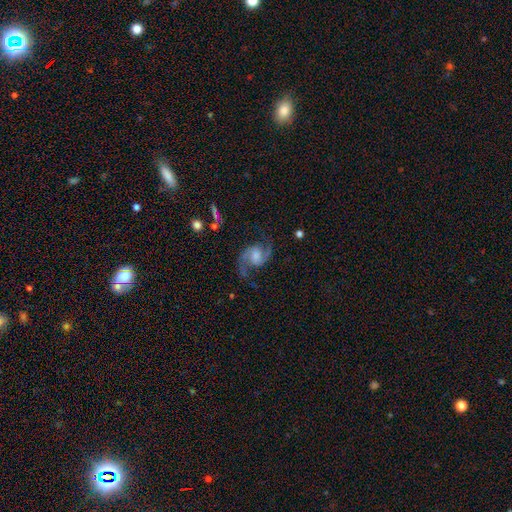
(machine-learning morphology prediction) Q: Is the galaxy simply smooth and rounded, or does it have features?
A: featured or disk — 90%.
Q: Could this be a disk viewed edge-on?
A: no — 98%.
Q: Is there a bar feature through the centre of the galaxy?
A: no — 51%.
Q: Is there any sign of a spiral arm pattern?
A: yes — 98%.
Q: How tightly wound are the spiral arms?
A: loose — 47%.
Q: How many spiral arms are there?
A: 2 — 94%.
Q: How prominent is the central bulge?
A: moderate — 44%.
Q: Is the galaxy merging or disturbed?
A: none — 77%.